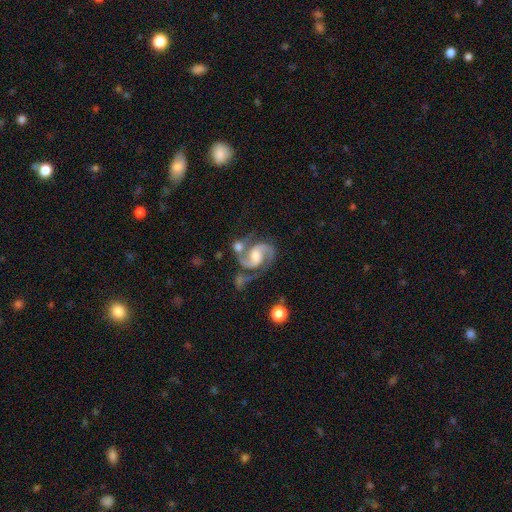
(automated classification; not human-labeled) Morphology: type=featured or disk (92%); edge-on=no (98%); bar=weak (43%); spiral arms=yes (98%); winding=medium (64%); arm count=2 (94%); bulge=moderate (51%); merging=none (54%).